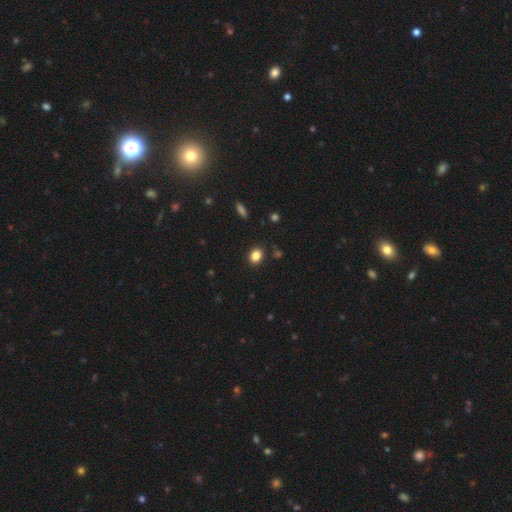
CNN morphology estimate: The model was most divided on "how rounded": in between: 51%, round: 48%, cigar-shaped: 1%. More confident: merging — none (88%); smooth or featured — smooth (85%).